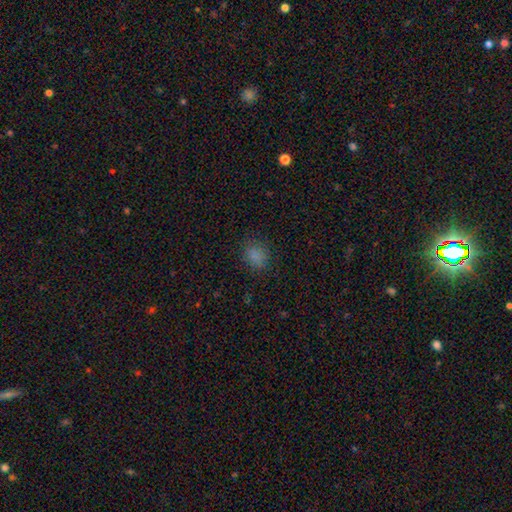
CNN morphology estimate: Smooth or featured? smooth (81%)
How rounded? round (60%)
Merging? none (82%)